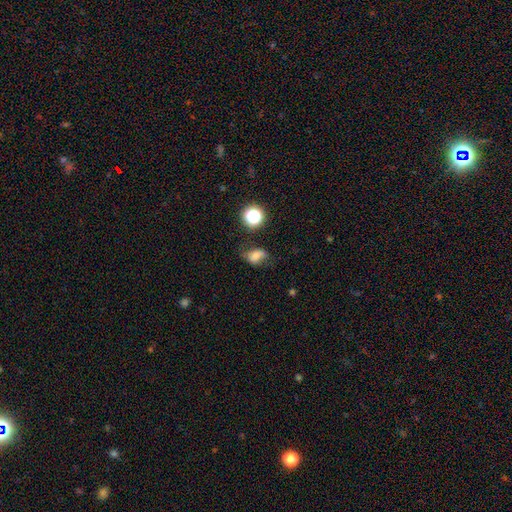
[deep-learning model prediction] A smooth galaxy with no disk features (64%) that is in between round and cigar-shaped (70%). Merging: none (48%).